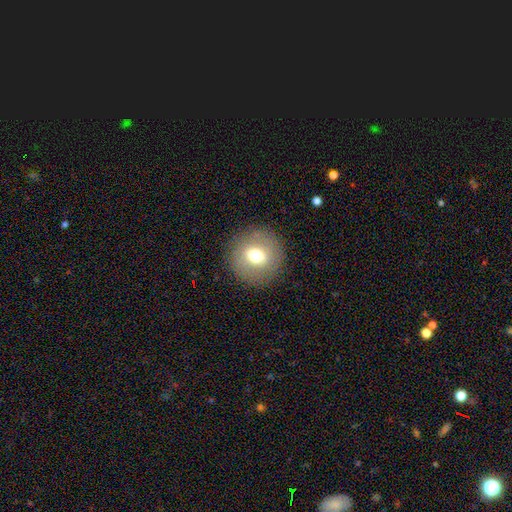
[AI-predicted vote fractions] Smooth or featured? smooth (68%)
How rounded? round (94%)
Merging? none (89%)